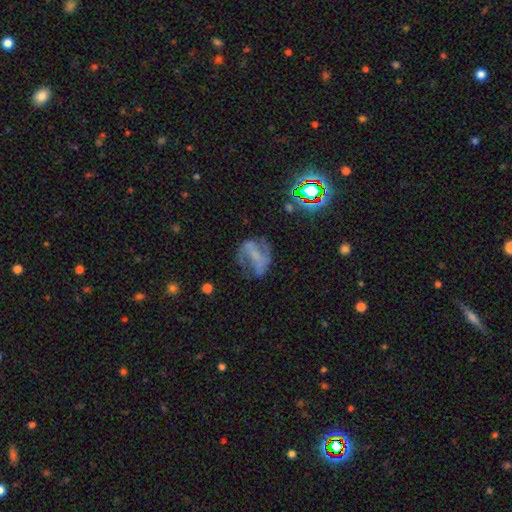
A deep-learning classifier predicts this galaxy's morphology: Smooth or featured? Predicted: featured or disk (p=0.59). Edge-on disk? Predicted: no (p=0.96). Bar? Predicted: no (p=0.39). Spiral arms? Predicted: yes (p=0.63). Bulge size? Predicted: none (p=0.62). Merging? Predicted: none (p=0.47).